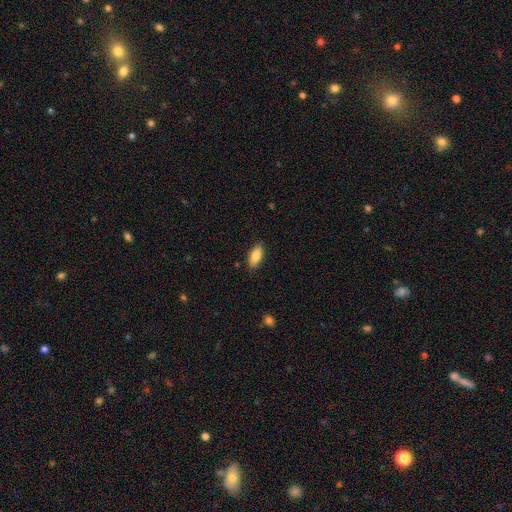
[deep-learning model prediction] A smooth galaxy with no disk features (84%) that is in between round and cigar-shaped (85%). Merging: none (88%).